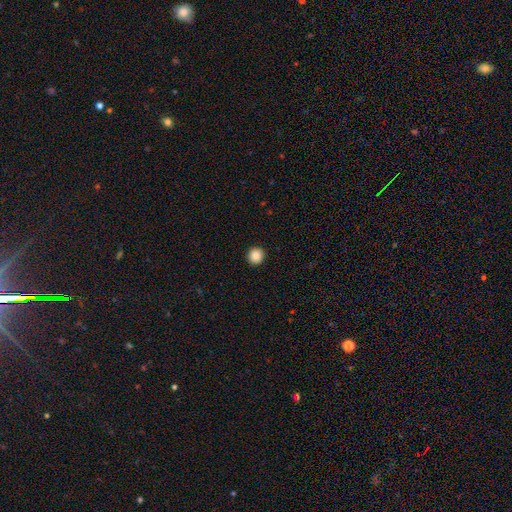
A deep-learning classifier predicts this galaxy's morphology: Overall: smooth (88%). How rounded: round (92%). Merging: none (93%).